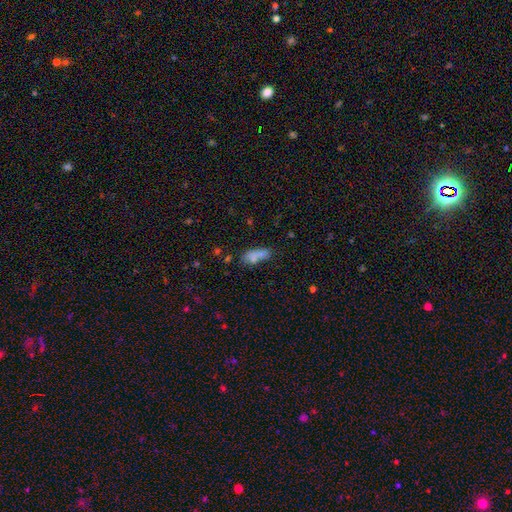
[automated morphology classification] A smooth galaxy with no disk features (74%) that is in between round and cigar-shaped (74%). Merging: none (45%).